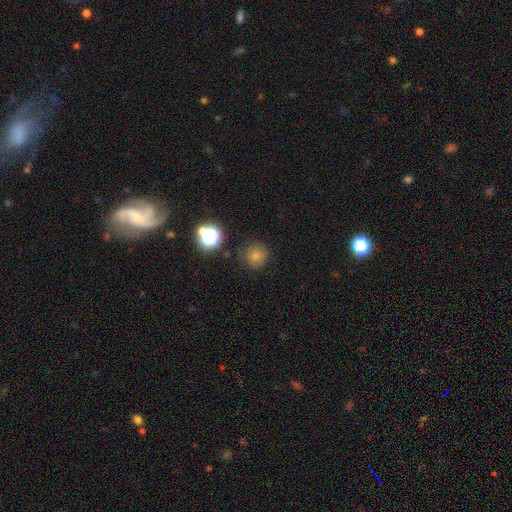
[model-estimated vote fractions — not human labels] This appears to be a smooth galaxy with no disk features (73%) that is round (93%). Merging: none (83%).